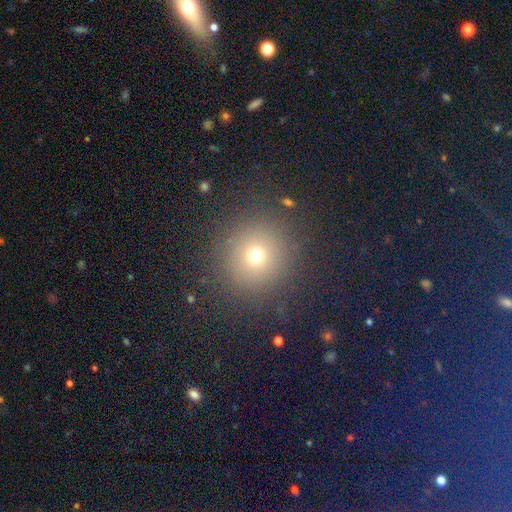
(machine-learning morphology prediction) smooth-or-featured: smooth: 69% | star or artifact: 21% | featured or disk: 10%
  how-rounded: round: 93% | in between: 6% | cigar-shaped: 1%
  merging: none: 88% | minor disturbance: 7% | major disturbance: 4% | merger: 2%